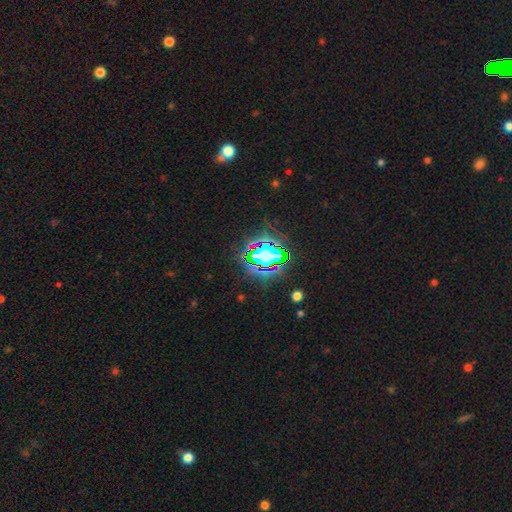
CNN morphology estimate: The model was most divided on "smooth or featured": star or artifact: 68%, smooth: 19%, featured or disk: 13%.